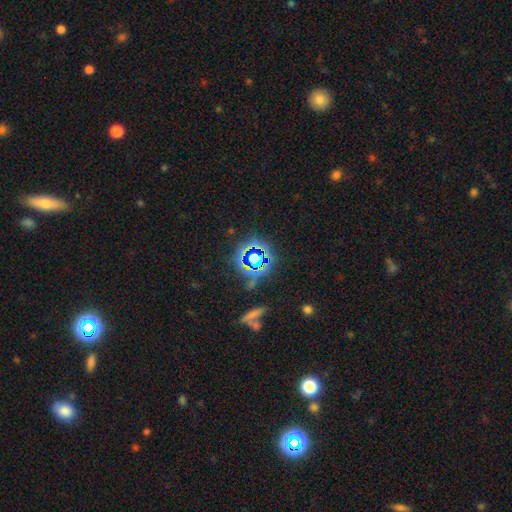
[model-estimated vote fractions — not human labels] This appears to be a star or artifact, not a galaxy (66%).